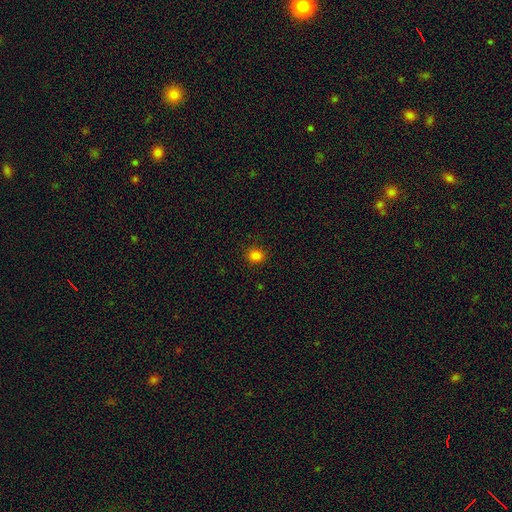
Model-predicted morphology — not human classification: smooth_or_featured: smooth (p=0.82) [alt: star or artifact p=0.14]
how_rounded: round (p=0.79) [alt: in between p=0.21]
merging: none (p=0.90) [alt: minor disturbance p=0.07]